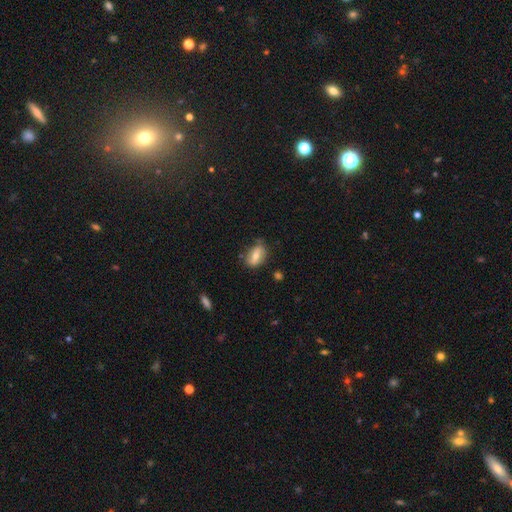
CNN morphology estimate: Smooth or featured?
  - smooth: 65% *
  - featured or disk: 27%
  - star or artifact: 8%
How rounded?
  - in between: 84% *
  - round: 9%
  - cigar-shaped: 7%
Merging?
  - none: 69% *
  - minor disturbance: 23%
  - major disturbance: 5%
  - merger: 3%